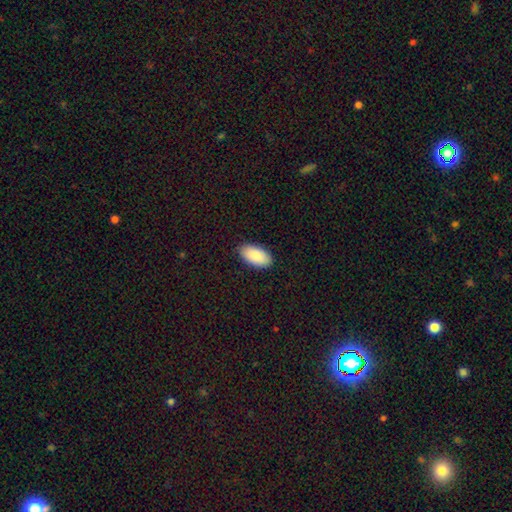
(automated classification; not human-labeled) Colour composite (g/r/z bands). It shows a smooth galaxy with no disk features (91%) that is in between round and cigar-shaped (96%). Merging: none (88%).